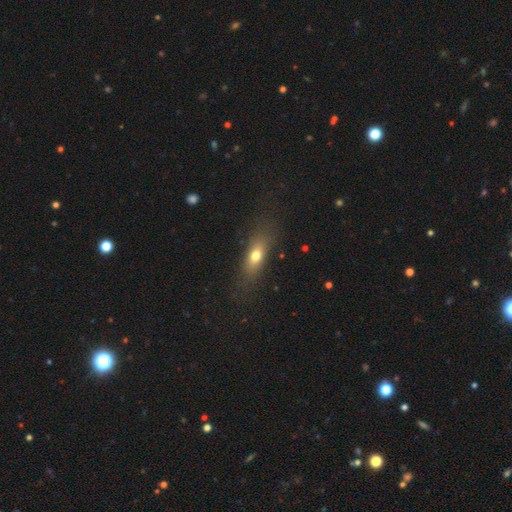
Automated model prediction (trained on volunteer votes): This is likely a smooth galaxy (69%). How rounded: likely in between (63%). Merging: likely none (75%).